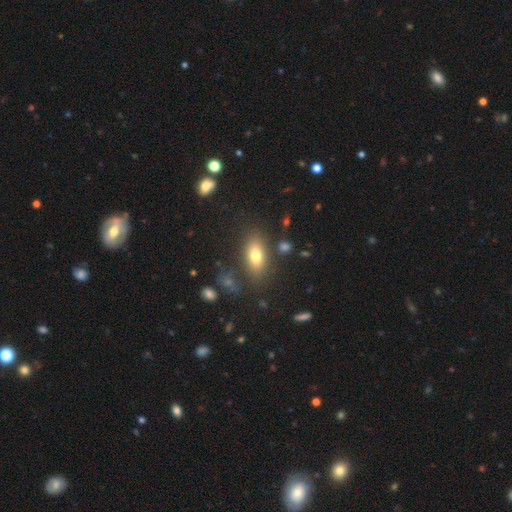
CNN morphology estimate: A smooth galaxy with no disk features (75%) that is in between round and cigar-shaped (84%).

Vote fractions:
- Smooth or featured? smooth: 75% / featured or disk: 15% / star or artifact: 9%
- How rounded? in between: 84% / cigar-shaped: 9% / round: 7%
- Merging? none: 79% / minor disturbance: 12% / major disturbance: 5% / merger: 4%